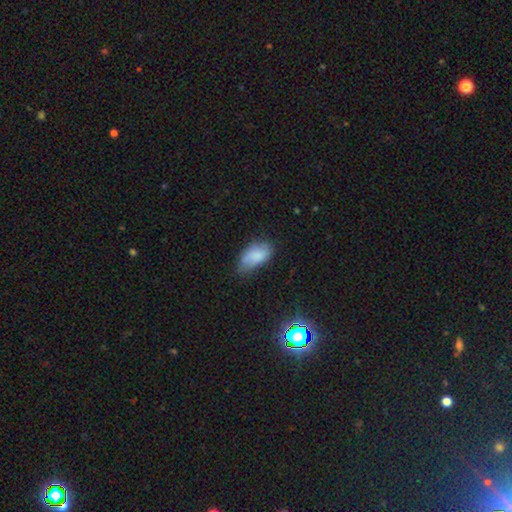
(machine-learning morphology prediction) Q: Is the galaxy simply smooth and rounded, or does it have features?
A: smooth — 80%.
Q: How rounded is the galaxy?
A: in between — 93%.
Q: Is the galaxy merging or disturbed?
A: none — 53%.